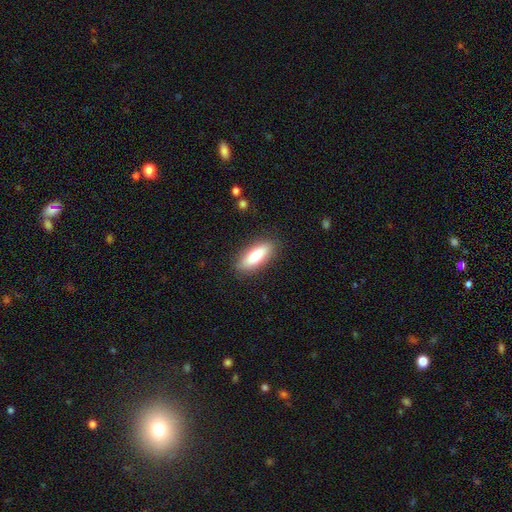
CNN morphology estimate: smooth_or_featured: smooth (p=0.76) [alt: featured or disk p=0.18]
how_rounded: in between (p=0.63) [alt: cigar-shaped p=0.35]
merging: none (p=0.87) [alt: minor disturbance p=0.10]